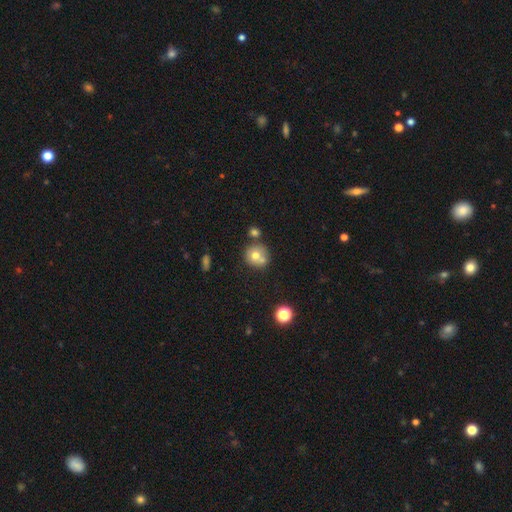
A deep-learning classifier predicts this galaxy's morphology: Smooth or featured?
  - smooth: 69% *
  - featured or disk: 19%
  - star or artifact: 12%
How rounded?
  - round: 86% *
  - in between: 13%
  - cigar-shaped: 1%
Merging?
  - none: 54% *
  - merger: 30%
  - minor disturbance: 12%
  - major disturbance: 4%